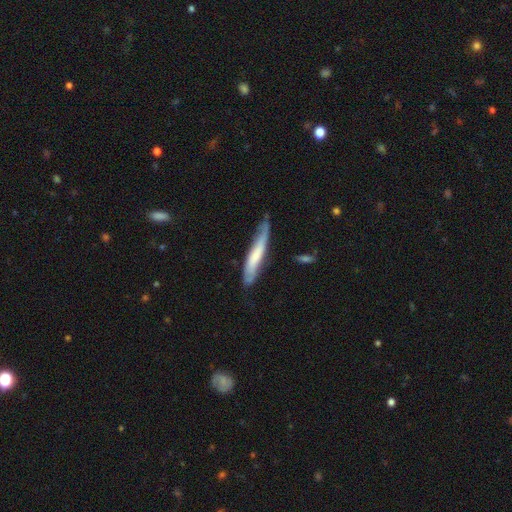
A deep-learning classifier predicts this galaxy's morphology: Q: Smooth or featured?
A: smooth (54%); runner-up: featured or disk (41%)
Q: How rounded?
A: cigar-shaped (90%); runner-up: in between (9%)
Q: Merging?
A: none (56%); runner-up: minor disturbance (33%)